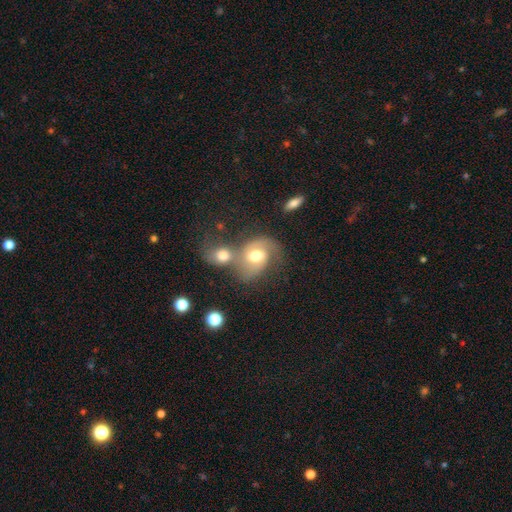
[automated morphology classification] The model was most divided on "merging": merger: 49%, none: 30%, minor disturbance: 12%, major disturbance: 9%. More confident: edge-on disk — no (97%); spiral arms — yes (86%); spiral arm count — 2 (83%); bulge size — moderate (66%); smooth or featured — featured or disk (64%); bar — no (59%); spiral winding — medium (51%).